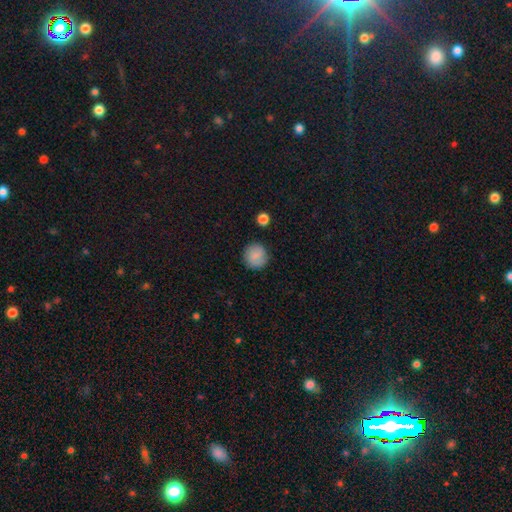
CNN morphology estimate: Smooth or featured? Predicted: smooth (p=0.81). How rounded? Predicted: round (p=0.92). Merging? Predicted: none (p=0.85).